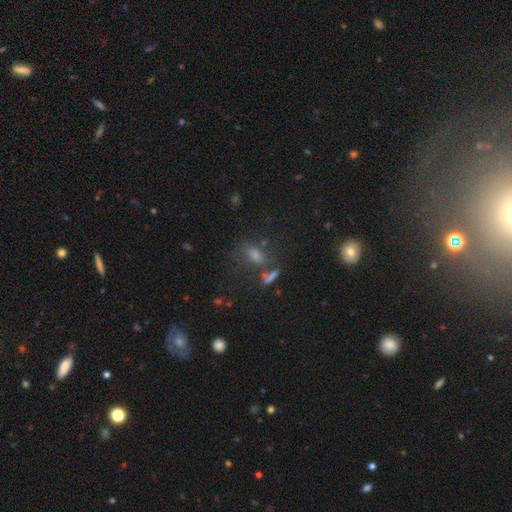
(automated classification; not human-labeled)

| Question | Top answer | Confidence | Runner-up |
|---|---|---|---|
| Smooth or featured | smooth | 62% | star or artifact (24%) |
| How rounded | in between | 70% | round (20%) |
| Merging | none | 55% | merger (19%) |